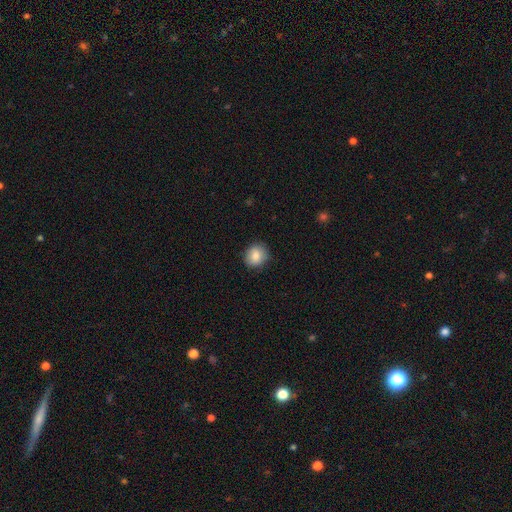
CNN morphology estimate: type=smooth (84%); roundness=round (78%); merging=none (86%).